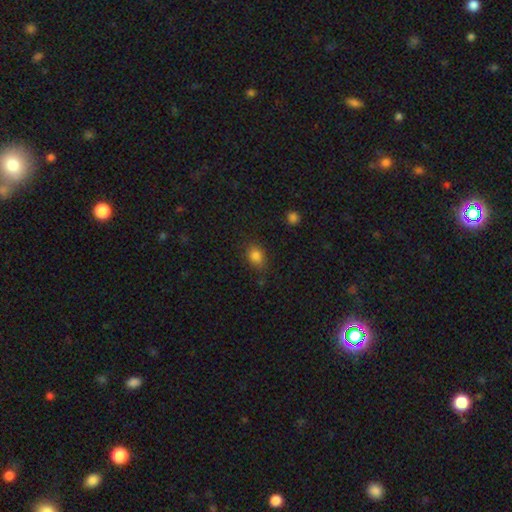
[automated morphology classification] smooth-or-featured: smooth: 83% | star or artifact: 11% | featured or disk: 5%
  how-rounded: in between: 60% | round: 38% | cigar-shaped: 1%
  merging: none: 77% | minor disturbance: 17% | major disturbance: 4% | merger: 2%